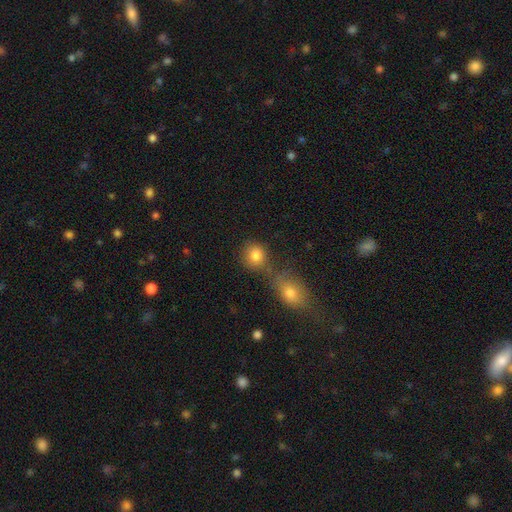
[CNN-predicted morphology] A smooth galaxy with no disk features (82%) that is round (79%).

Vote fractions:
- Smooth or featured? smooth: 82% / star or artifact: 11% / featured or disk: 8%
- How rounded? round: 79% / in between: 19% / cigar-shaped: 1%
- Merging? none: 57% / merger: 29% / minor disturbance: 10% / major disturbance: 4%